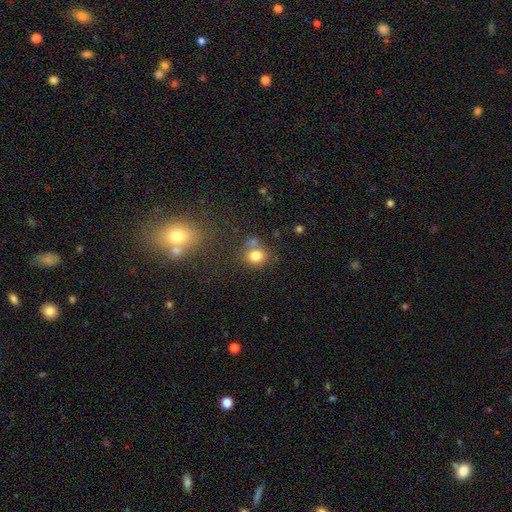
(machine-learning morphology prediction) This is likely a smooth galaxy (79%). How rounded: likely round (68%). Merging: likely none (60%).